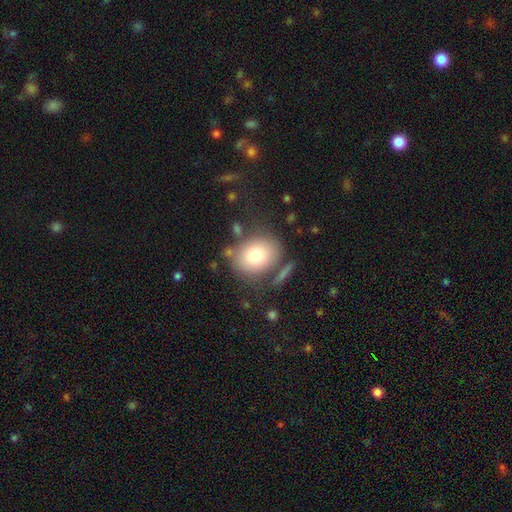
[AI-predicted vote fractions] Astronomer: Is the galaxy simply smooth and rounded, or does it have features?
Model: smooth — 76%.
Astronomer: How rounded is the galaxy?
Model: round — 58% (runner-up: in between, 40%).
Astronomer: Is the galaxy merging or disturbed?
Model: none — 71%.